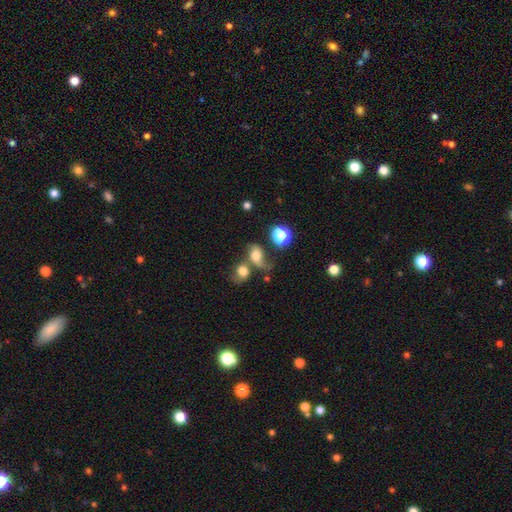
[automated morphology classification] This appears to be a smooth galaxy with no disk features (49%). Merging: merger (46%).